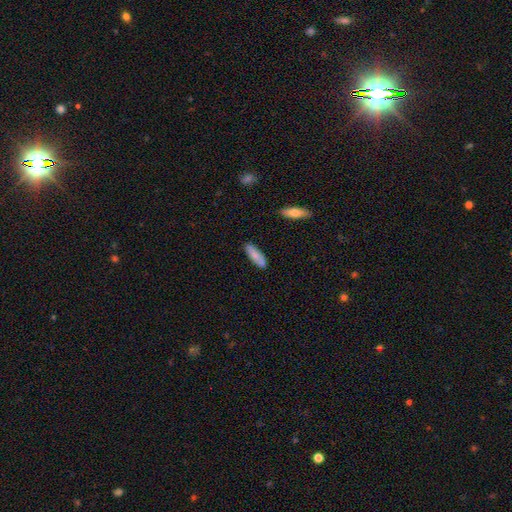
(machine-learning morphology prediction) Smooth or featured? Predicted: smooth (p=0.80). How rounded? Predicted: in between (p=0.54). Merging? Predicted: none (p=0.80).